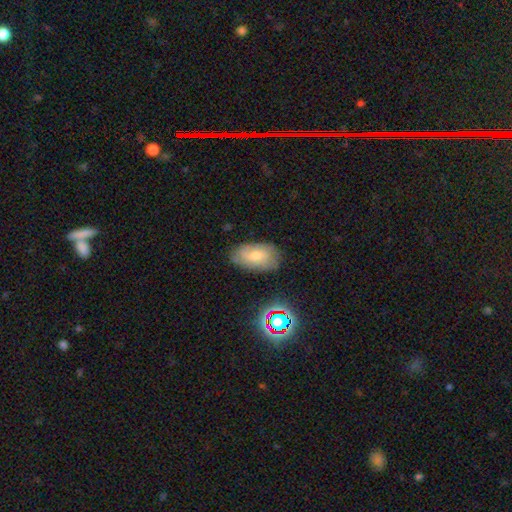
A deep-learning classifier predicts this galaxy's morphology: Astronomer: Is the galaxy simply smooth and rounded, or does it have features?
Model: smooth — 44% (runner-up: featured or disk, 43%).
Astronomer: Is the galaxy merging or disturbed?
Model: none — 74%.